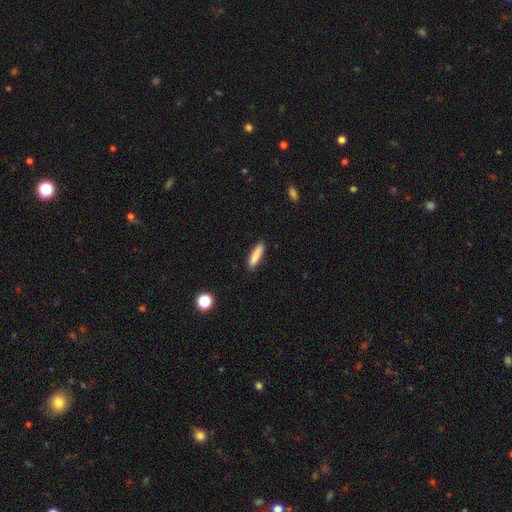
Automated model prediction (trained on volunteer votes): A smooth galaxy with no disk features (85%) that is cigar-shaped (78%).

Vote fractions:
- Smooth or featured? smooth: 85% / featured or disk: 8% / star or artifact: 7%
- How rounded? cigar-shaped: 78% / in between: 21% / round: 2%
- Merging? none: 88% / minor disturbance: 9% / major disturbance: 2% / merger: 1%